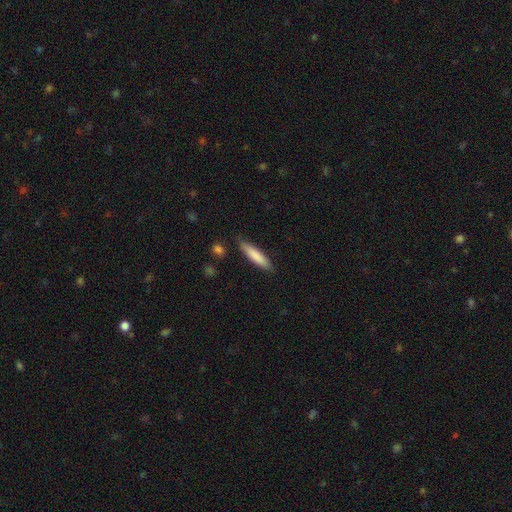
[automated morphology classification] A smooth galaxy with no disk features (82%) that is cigar-shaped (82%). Merging: none (84%).